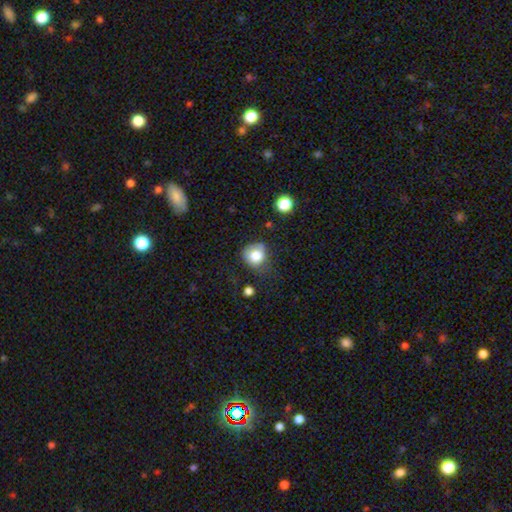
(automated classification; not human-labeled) smooth-or-featured: smooth: 77% | featured or disk: 13% | star or artifact: 11%
  how-rounded: round: 76% | in between: 23% | cigar-shaped: 1%
  merging: none: 49% | minor disturbance: 33% | major disturbance: 15% | merger: 4%